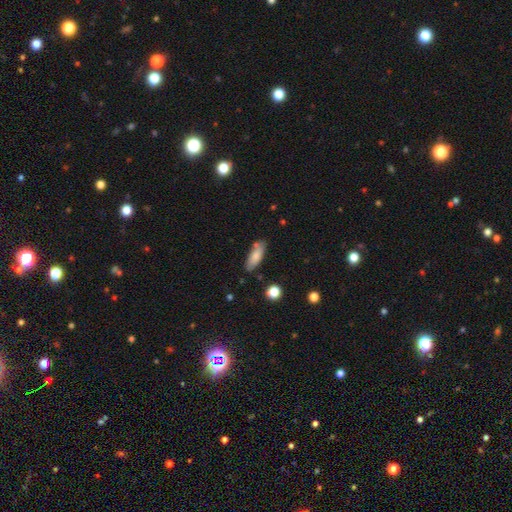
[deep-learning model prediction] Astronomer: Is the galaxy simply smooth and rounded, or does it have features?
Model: smooth — 79%.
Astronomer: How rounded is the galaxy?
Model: in between — 64%.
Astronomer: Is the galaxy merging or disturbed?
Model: none — 76%.